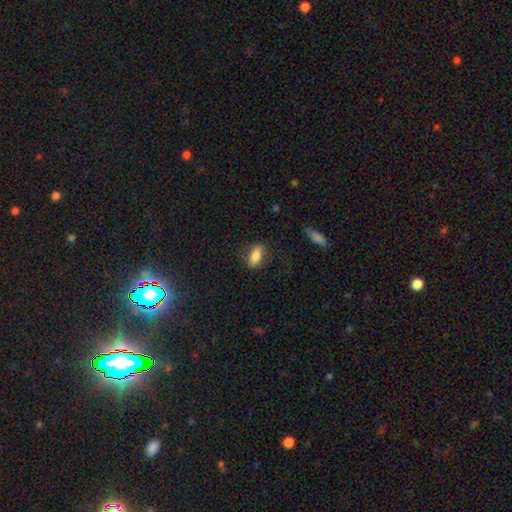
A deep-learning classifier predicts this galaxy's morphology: smooth-or-featured: smooth: 81% | featured or disk: 11% | star or artifact: 8%
  how-rounded: in between: 83% | cigar-shaped: 12% | round: 5%
  merging: none: 78% | minor disturbance: 15% | major disturbance: 5% | merger: 2%